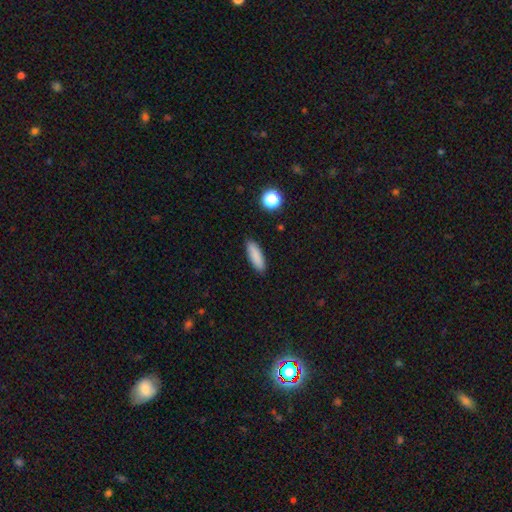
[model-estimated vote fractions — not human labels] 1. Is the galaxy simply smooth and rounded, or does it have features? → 87% smooth, 8% star or artifact, 5% featured or disk.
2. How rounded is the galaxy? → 50% in between, 48% cigar-shaped, 2% round.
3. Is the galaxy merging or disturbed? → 89% none, 7% minor disturbance, 2% major disturbance, 1% merger.